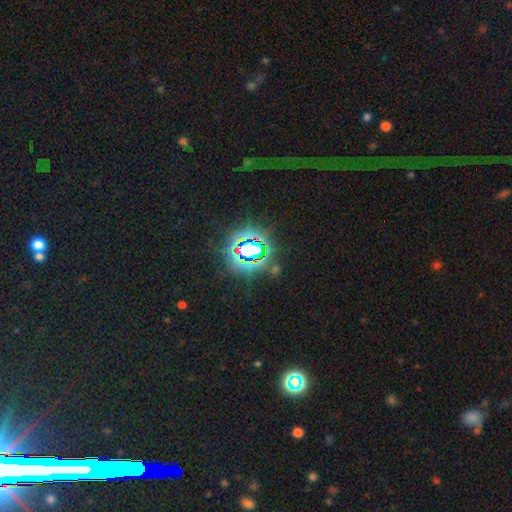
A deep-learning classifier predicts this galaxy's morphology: Smooth or featured: star or artifact — 78% (smooth — 15%)